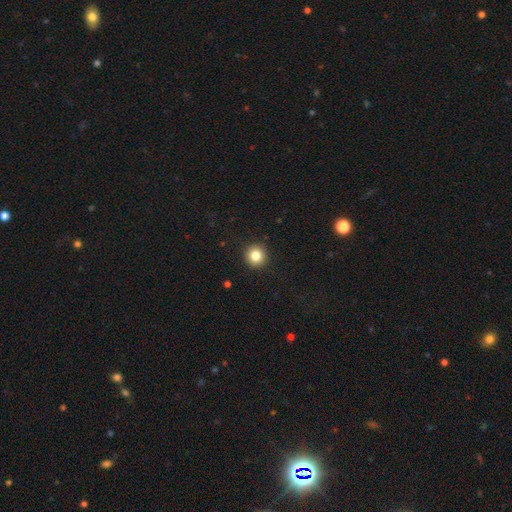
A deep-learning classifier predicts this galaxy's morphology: Smooth or featured? Predicted: smooth (p=0.83). How rounded? Predicted: round (p=0.94). Merging? Predicted: none (p=0.93).